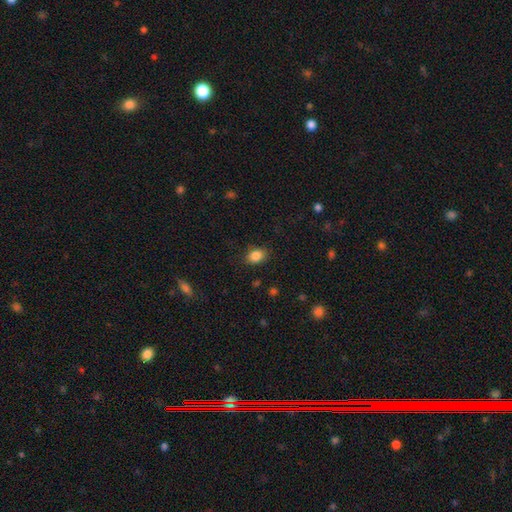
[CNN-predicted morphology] The model was most divided on "how rounded": in between: 71%, round: 28%, cigar-shaped: 1%. More confident: smooth or featured — smooth (86%); merging — none (83%).